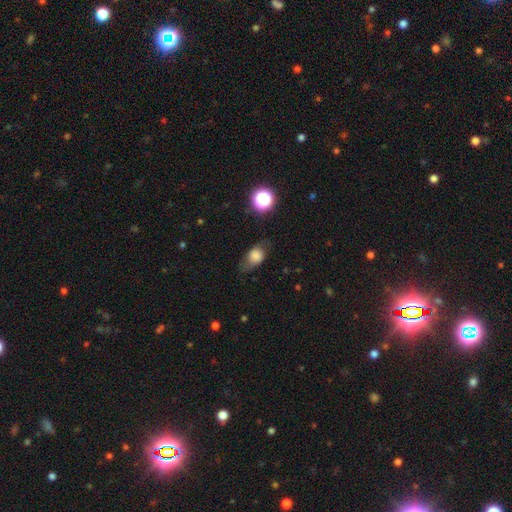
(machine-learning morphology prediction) smooth-or-featured: smooth: 74% | featured or disk: 15% | star or artifact: 11%
  how-rounded: in between: 70% | round: 27% | cigar-shaped: 3%
  merging: none: 60% | minor disturbance: 26% | major disturbance: 12% | merger: 2%